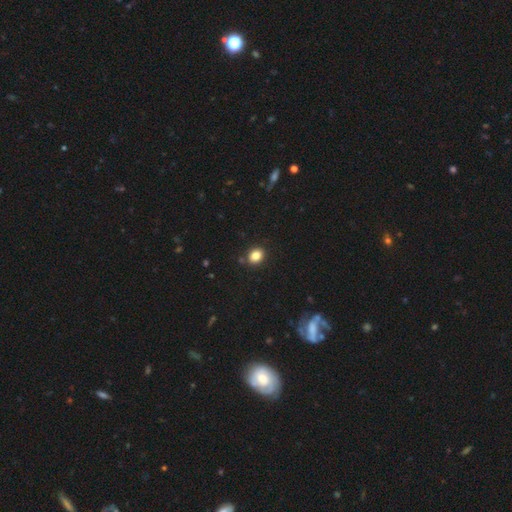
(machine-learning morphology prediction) A smooth galaxy with no disk features (84%) that is round (55%). Merging: none (87%).